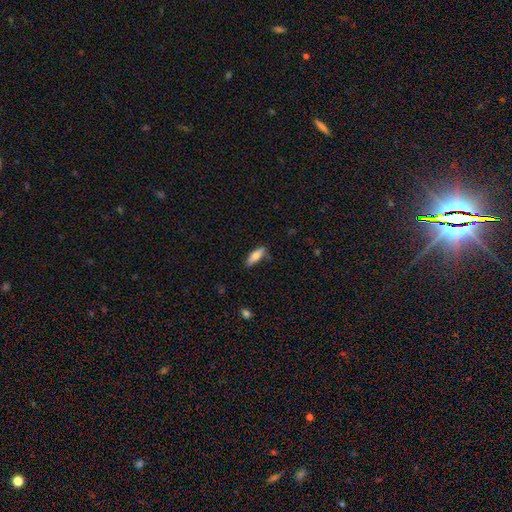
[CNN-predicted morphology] Q: Smooth or featured?
A: smooth (74%); runner-up: featured or disk (20%)
Q: How rounded?
A: in between (53%); runner-up: cigar-shaped (45%)
Q: Merging?
A: none (80%); runner-up: minor disturbance (16%)